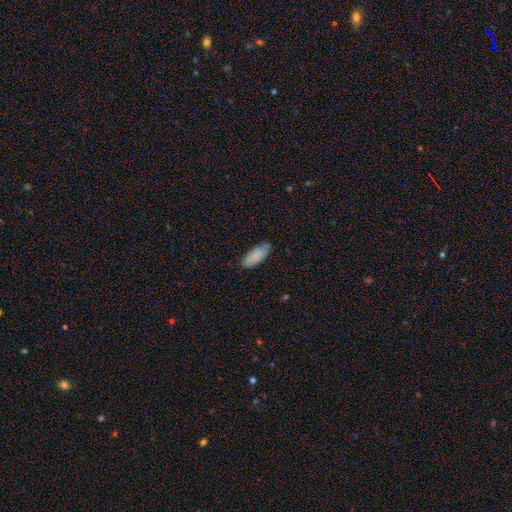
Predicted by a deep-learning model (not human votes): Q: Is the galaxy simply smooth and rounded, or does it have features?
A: smooth — 83%.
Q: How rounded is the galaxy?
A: in between — 81%.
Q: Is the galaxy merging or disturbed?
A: none — 74%.